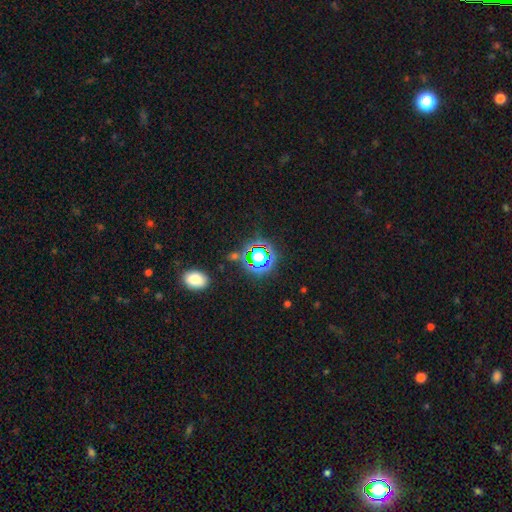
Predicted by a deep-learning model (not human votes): The model was most divided on "smooth or featured": star or artifact: 75%, smooth: 18%, featured or disk: 7%.